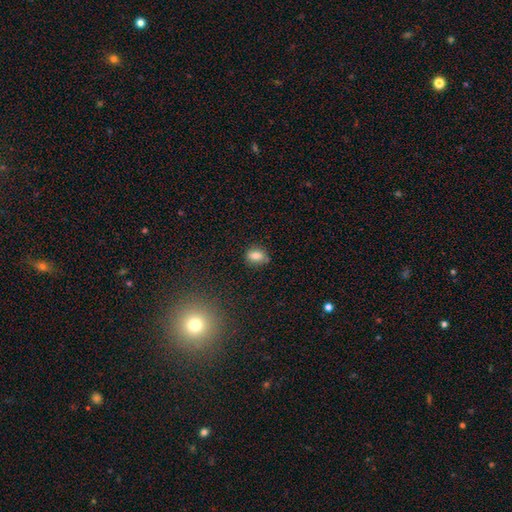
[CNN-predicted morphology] This appears to be a smooth galaxy with no disk features (80%) that is in between round and cigar-shaped (69%). Merging: none (75%).